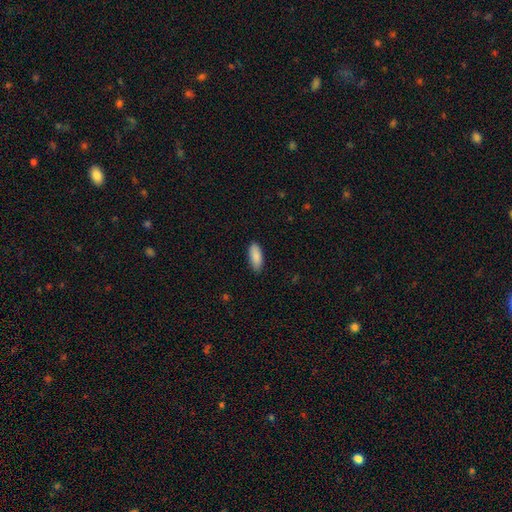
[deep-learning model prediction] Q: Smooth or featured?
A: smooth (90%); runner-up: star or artifact (6%)
Q: How rounded?
A: in between (81%); runner-up: cigar-shaped (18%)
Q: Merging?
A: none (86%); runner-up: minor disturbance (11%)